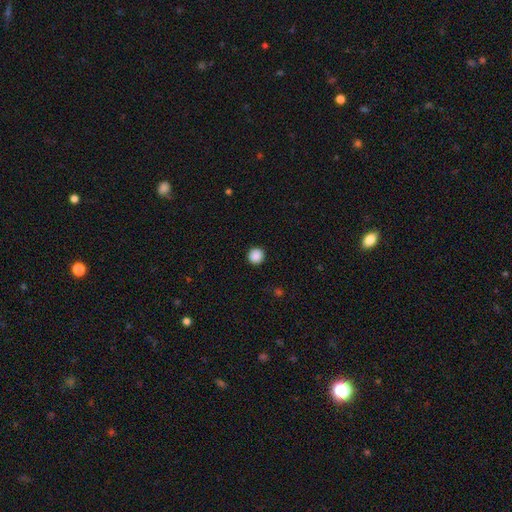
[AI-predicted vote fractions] smooth-or-featured: smooth: 89% | star or artifact: 9% | featured or disk: 2%
  how-rounded: round: 95% | in between: 4% | cigar-shaped: 1%
  merging: none: 92% | minor disturbance: 5% | major disturbance: 2% | merger: 1%